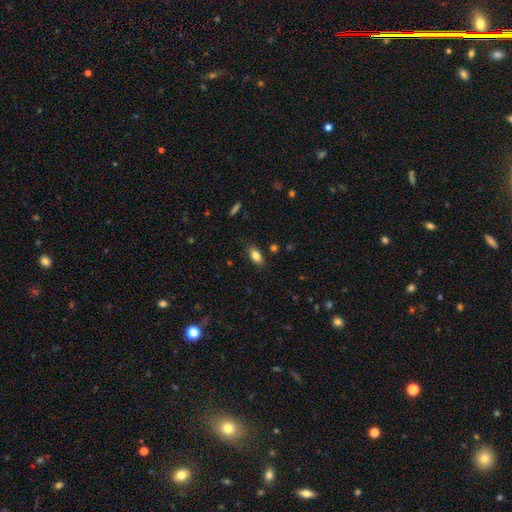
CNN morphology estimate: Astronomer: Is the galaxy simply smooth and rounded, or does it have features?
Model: smooth — 82%.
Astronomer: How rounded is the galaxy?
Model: in between — 87%.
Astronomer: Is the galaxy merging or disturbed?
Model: none — 84%.